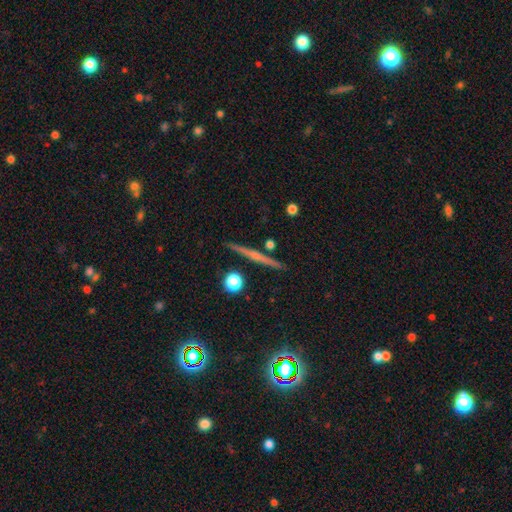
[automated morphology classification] A featured or disk galaxy (66%) viewed edge-on (98%) with no central bulge (47%).

Vote fractions:
- Smooth or featured? featured or disk: 66% / smooth: 24% / star or artifact: 10%
- Edge-on disk? yes: 98% / no: 2%
- Edge-on bulge? none: 47% / rounded: 45% / boxy: 8%
- Merging? none: 91% / minor disturbance: 6% / merger: 2% / major disturbance: 1%